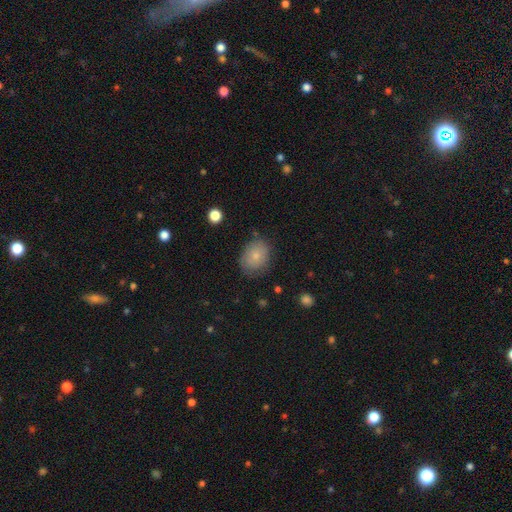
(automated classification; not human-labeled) smooth_or_featured: smooth (p=0.77) [alt: featured or disk p=0.15]
how_rounded: in between (p=0.59) [alt: round p=0.40]
merging: none (p=0.72) [alt: minor disturbance p=0.21]